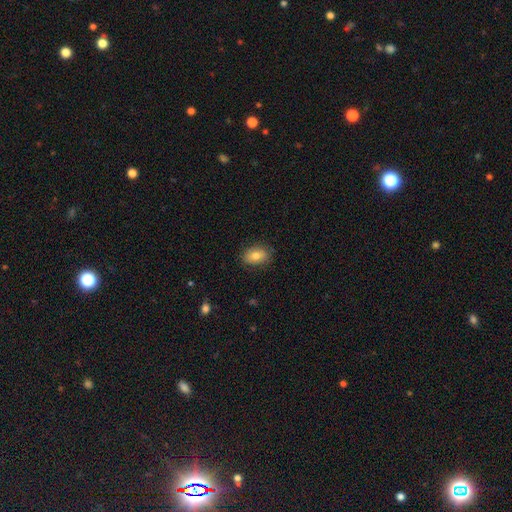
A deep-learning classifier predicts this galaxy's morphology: The model was most divided on "smooth or featured": smooth: 81%, featured or disk: 11%, star or artifact: 8%. More confident: merging — none (85%); how rounded — in between (85%).